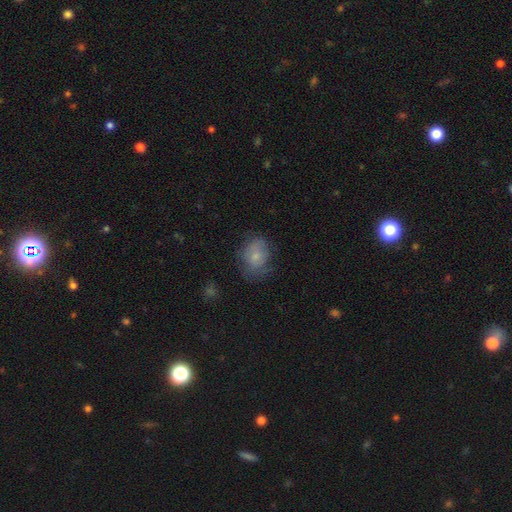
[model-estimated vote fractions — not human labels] smooth 68%, featured or disk 23%, star or artifact 9%. Down the decision tree: how rounded — in between (60%); merging — none (56%).